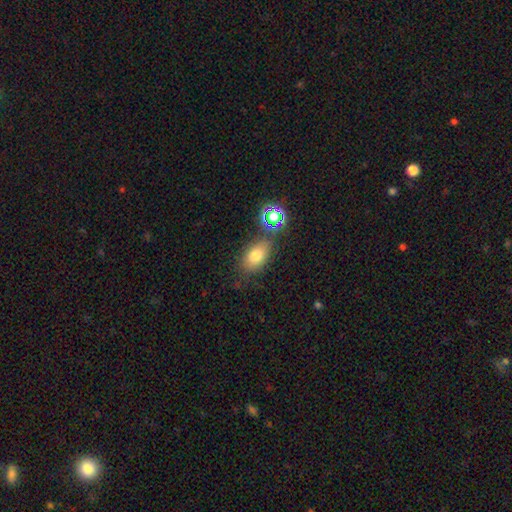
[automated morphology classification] Q: Smooth or featured?
A: smooth (73%); runner-up: star or artifact (15%)
Q: How rounded?
A: in between (81%); runner-up: round (17%)
Q: Merging?
A: none (73%); runner-up: minor disturbance (14%)